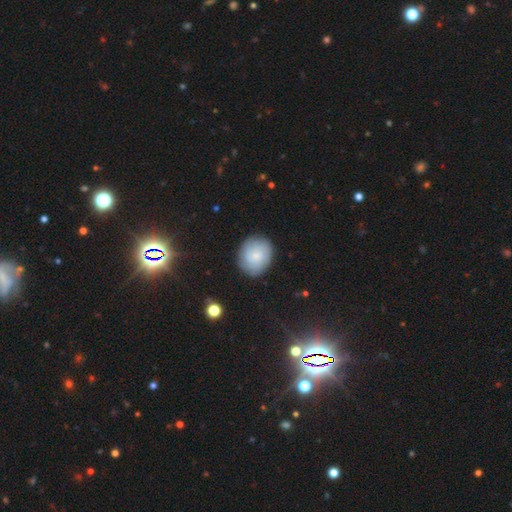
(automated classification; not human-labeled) This is possibly a smooth galaxy (58%). How rounded: likely round (66%). Merging: clearly none (84%).